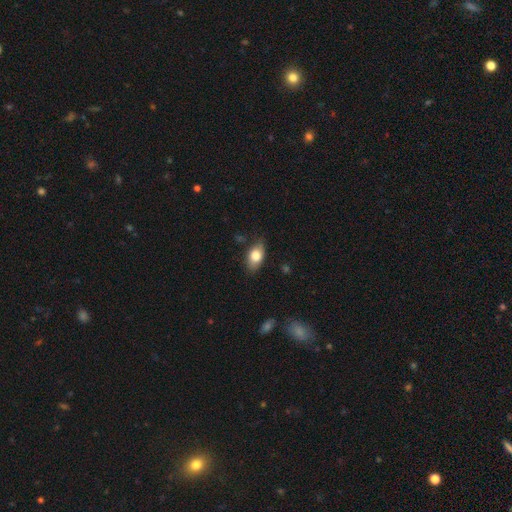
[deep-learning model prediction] A smooth galaxy with no disk features (77%) that is in between round and cigar-shaped (87%). Merging: none (76%).